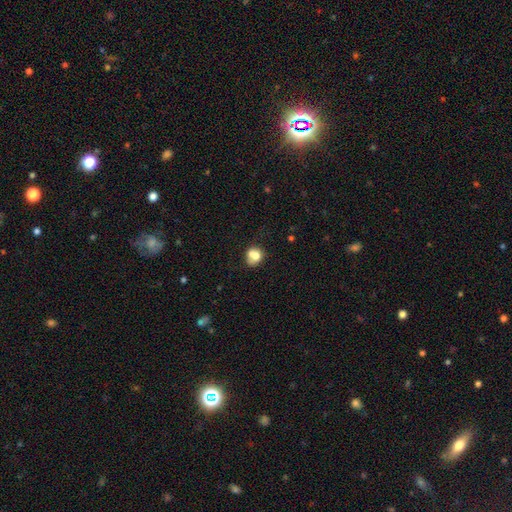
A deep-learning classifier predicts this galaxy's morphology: Smooth or featured: smooth — 72% (featured or disk — 18%)
How rounded: round — 66% (in between — 33%)
Merging: none — 40% (merger — 33%)